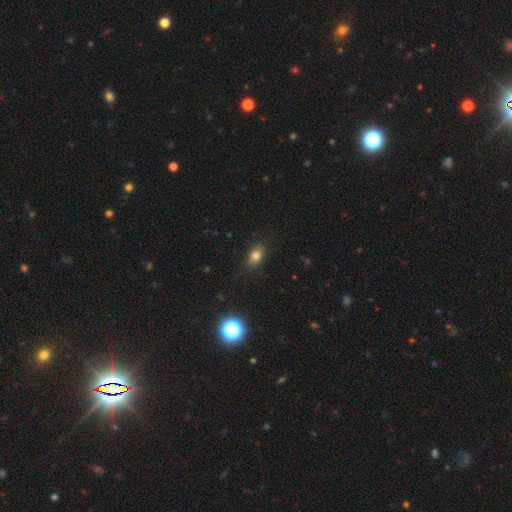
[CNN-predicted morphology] smooth_or_featured: smooth (p=0.79) [alt: star or artifact p=0.12]
how_rounded: in between (p=0.82) [alt: round p=0.16]
merging: none (p=0.86) [alt: minor disturbance p=0.10]